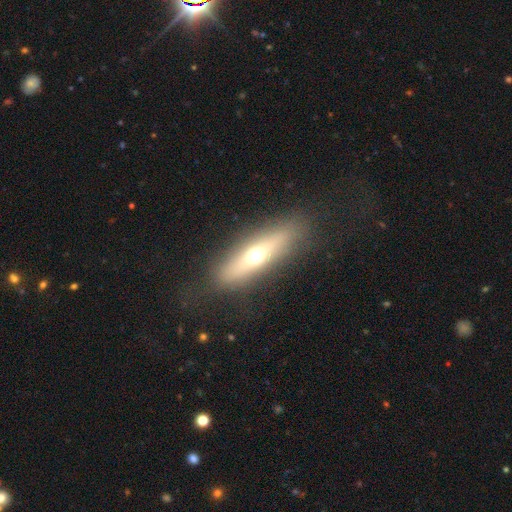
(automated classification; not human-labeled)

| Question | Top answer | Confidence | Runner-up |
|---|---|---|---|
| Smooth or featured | featured or disk | 48% | smooth (44%) |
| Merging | none | 80% | minor disturbance (12%) |